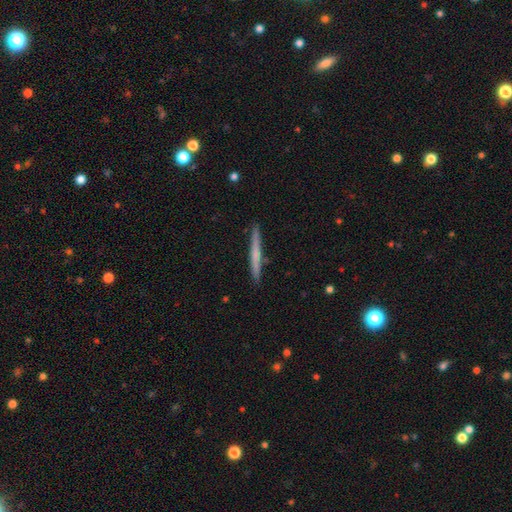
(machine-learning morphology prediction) smooth_or_featured: smooth (p=0.55) [alt: featured or disk p=0.40]
how_rounded: cigar-shaped (p=0.97) [alt: in between p=0.02]
merging: none (p=0.90) [alt: minor disturbance p=0.07]